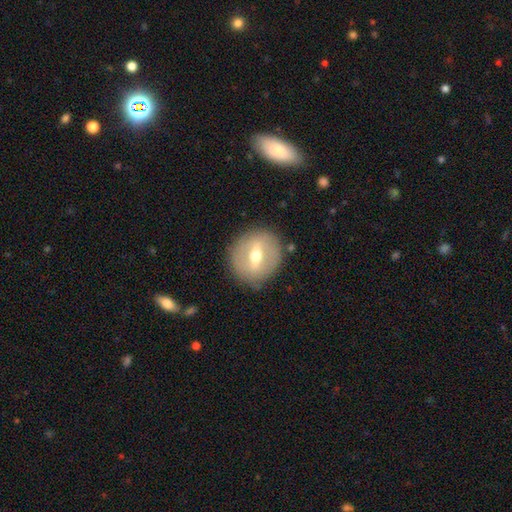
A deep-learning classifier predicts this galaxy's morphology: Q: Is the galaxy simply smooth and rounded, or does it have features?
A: featured or disk — 58%.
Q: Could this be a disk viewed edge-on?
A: no — 83%.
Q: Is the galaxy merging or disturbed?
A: none — 84%.